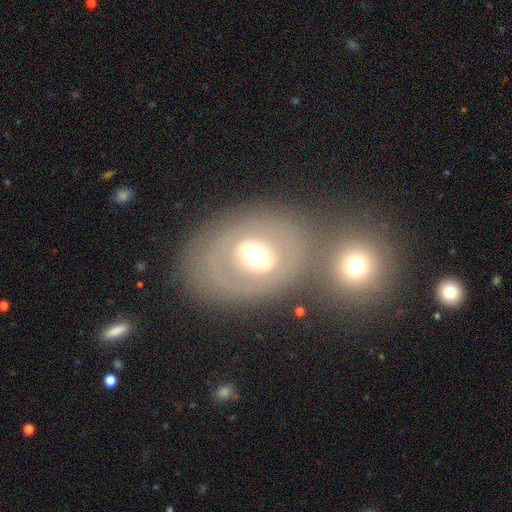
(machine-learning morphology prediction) This appears to be a featured or disk galaxy (45%, tied with smooth). Merging: none (60%).